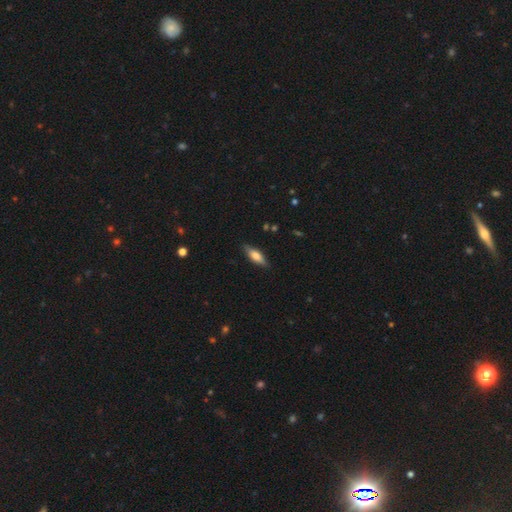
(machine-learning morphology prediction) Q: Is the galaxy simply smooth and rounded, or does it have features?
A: smooth — 61%.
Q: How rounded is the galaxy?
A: in between — 55%.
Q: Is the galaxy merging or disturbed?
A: none — 86%.